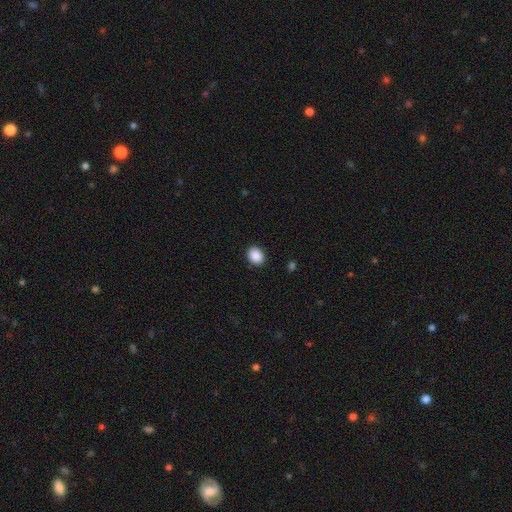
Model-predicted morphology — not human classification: This appears to be a smooth galaxy with no disk features (89%) that is round (50%). Merging: none (90%).